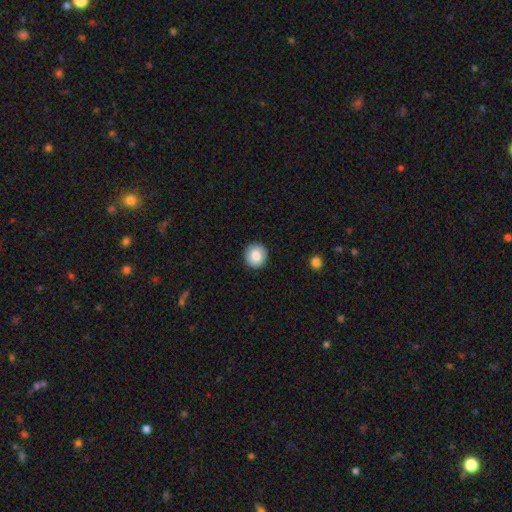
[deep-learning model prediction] Smooth or featured? smooth (81%)
How rounded? round (89%)
Merging? none (90%)